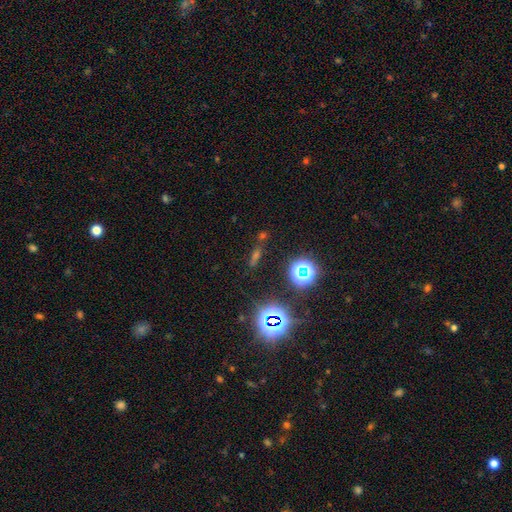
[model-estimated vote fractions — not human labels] The model was most divided on "smooth or featured": star or artifact: 55%, smooth: 30%, featured or disk: 15%.